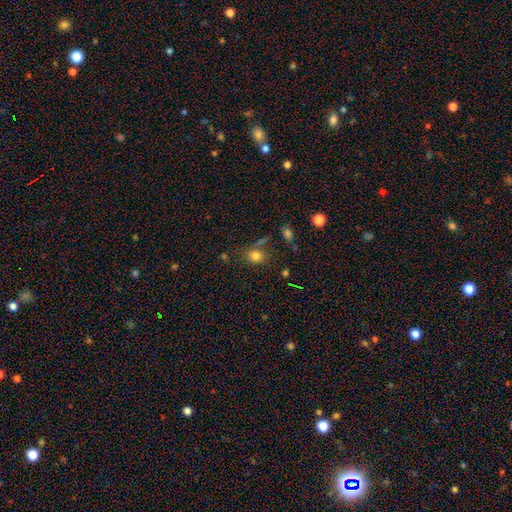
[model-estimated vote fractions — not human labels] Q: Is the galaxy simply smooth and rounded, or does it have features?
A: smooth — 79%.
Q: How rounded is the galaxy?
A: round — 62%.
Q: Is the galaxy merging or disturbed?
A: none — 68%.